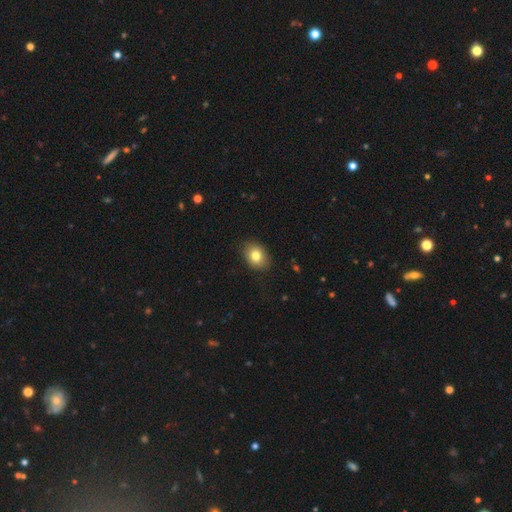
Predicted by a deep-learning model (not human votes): The model was most divided on "how rounded": in between: 68%, round: 31%, cigar-shaped: 1%. More confident: merging — none (86%); smooth or featured — smooth (81%).